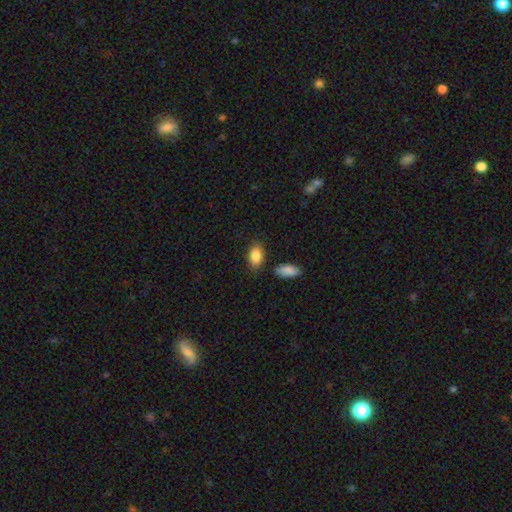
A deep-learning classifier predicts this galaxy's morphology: A smooth galaxy with no disk features (87%) that is in between round and cigar-shaped (90%). Merging: none (80%).